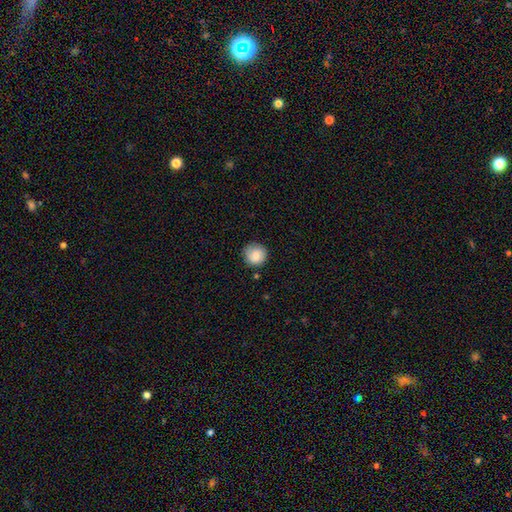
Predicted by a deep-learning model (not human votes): smooth_or_featured: smooth (p=0.82) [alt: featured or disk p=0.11]
how_rounded: round (p=0.92) [alt: in between p=0.07]
merging: none (p=0.80) [alt: minor disturbance p=0.14]